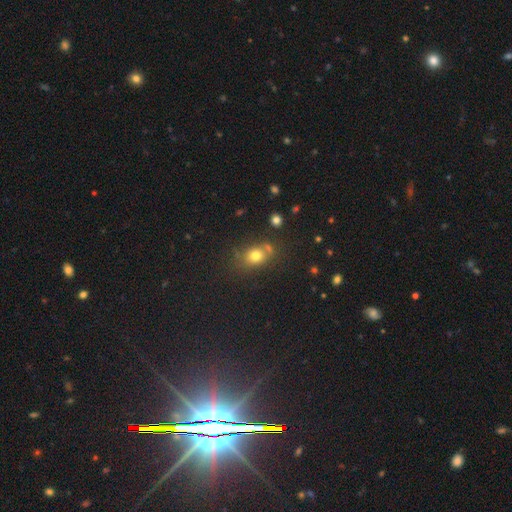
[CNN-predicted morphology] This appears to be a smooth galaxy with no disk features (73%) that is round (51%). Merging: none (64%).